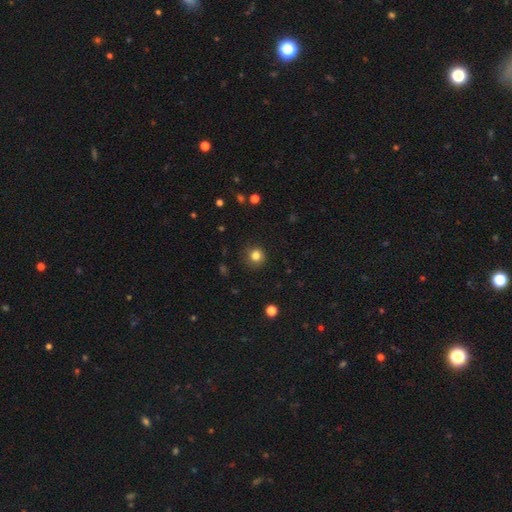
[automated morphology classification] This appears to be a smooth galaxy with no disk features (82%) that is round (90%). Merging: none (85%).